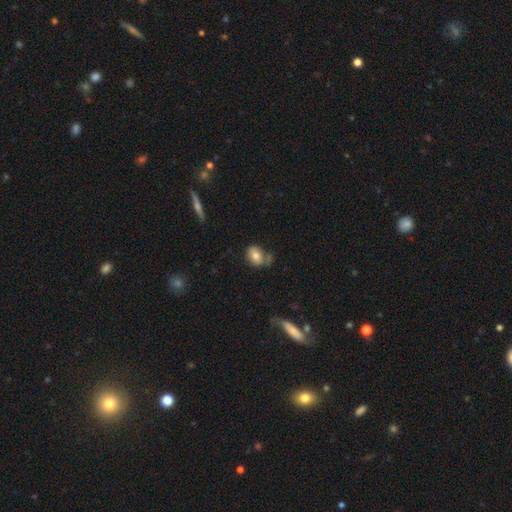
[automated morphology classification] Smooth or featured? smooth (76%)
How rounded? in between (61%)
Merging? none (52%)